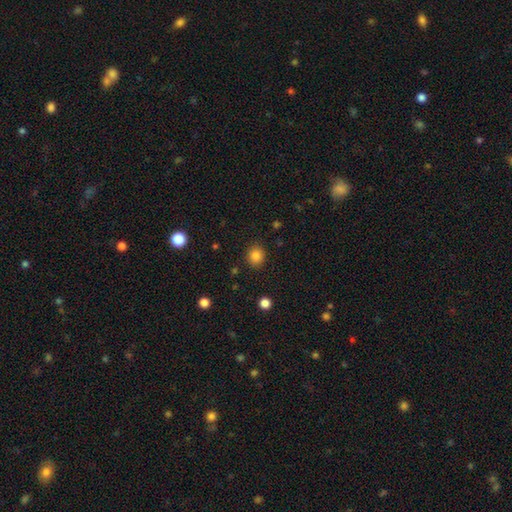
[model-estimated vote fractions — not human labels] Q: Smooth or featured?
A: smooth (84%); runner-up: star or artifact (11%)
Q: How rounded?
A: round (80%); runner-up: in between (19%)
Q: Merging?
A: none (89%); runner-up: minor disturbance (7%)